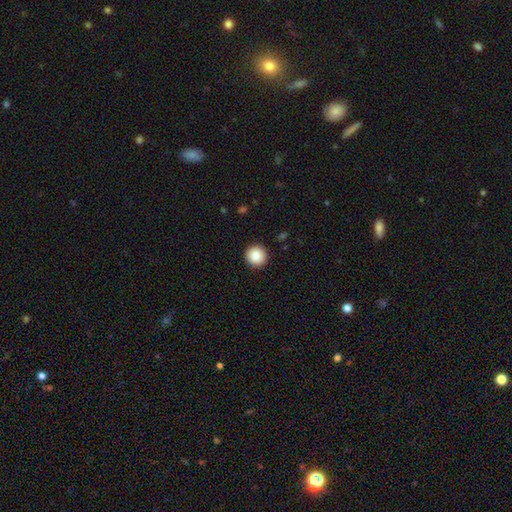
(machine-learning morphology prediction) Smooth or featured: smooth — 87% (star or artifact — 8%)
How rounded: round — 96% (in between — 3%)
Merging: none — 93% (minor disturbance — 5%)